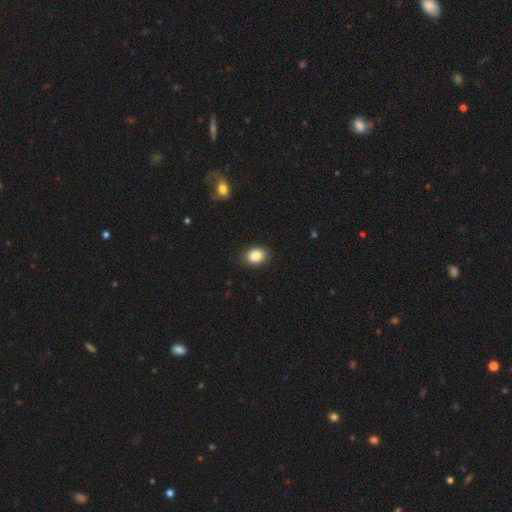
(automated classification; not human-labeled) This is clearly a smooth galaxy (87%). How rounded: possibly in between (58%). Merging: clearly none (89%).